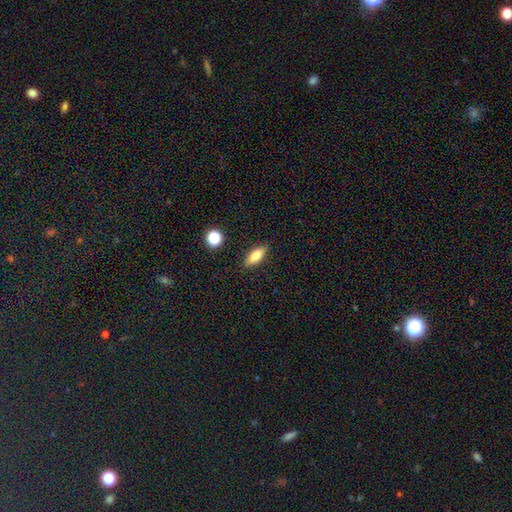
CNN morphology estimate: Overall: smooth (73%). How rounded: in between (65%; cigar-shaped 30%). Merging: none (86%).